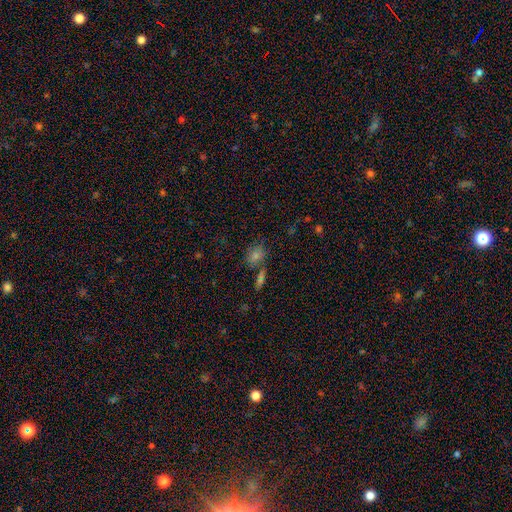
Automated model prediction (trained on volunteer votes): Smooth or featured? smooth (66%)
How rounded? in between (50%)
Merging? none (66%)